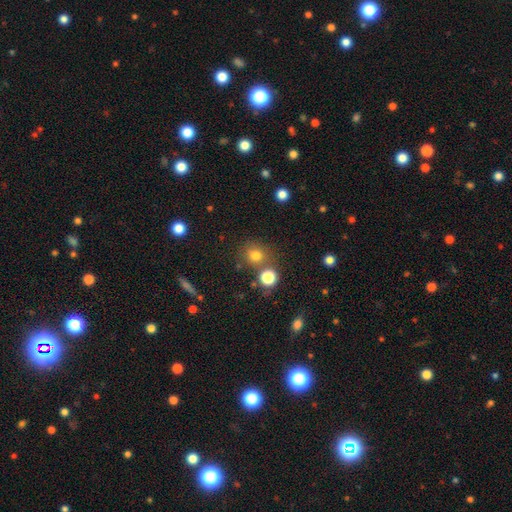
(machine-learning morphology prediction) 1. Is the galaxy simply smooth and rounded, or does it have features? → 76% smooth, 16% star or artifact, 7% featured or disk.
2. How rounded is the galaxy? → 82% round, 17% in between, 1% cigar-shaped.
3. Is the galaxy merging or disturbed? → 68% none, 17% merger, 10% minor disturbance, 4% major disturbance.